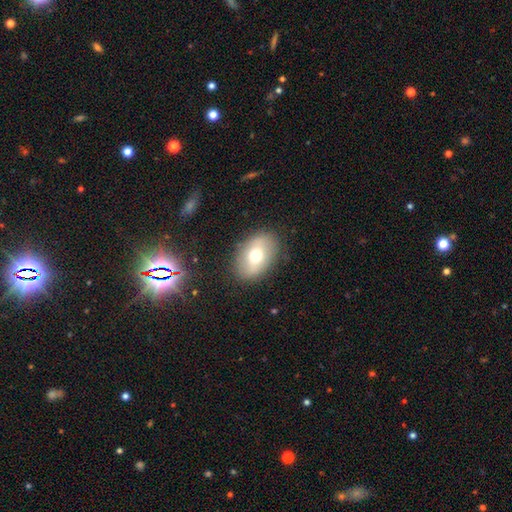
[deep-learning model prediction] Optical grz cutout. It shows a smooth galaxy with no disk features (64%) that is in between round and cigar-shaped (83%). Merging: none (85%).